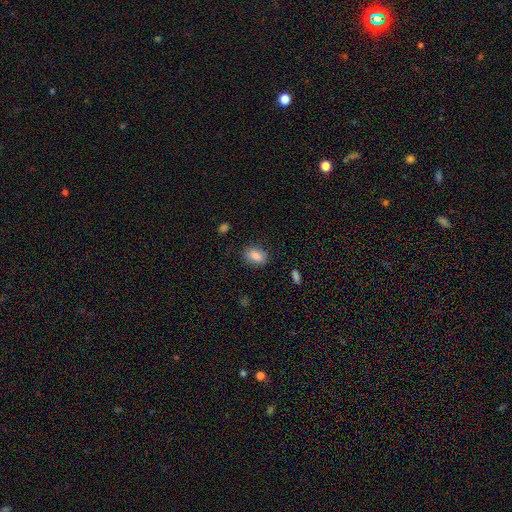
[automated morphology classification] A smooth galaxy with no disk features (86%) that is in between round and cigar-shaped (79%).

Vote fractions:
- Smooth or featured? smooth: 86% / star or artifact: 8% / featured or disk: 6%
- How rounded? in between: 79% / round: 19% / cigar-shaped: 2%
- Merging? none: 82% / minor disturbance: 13% / major disturbance: 4% / merger: 1%